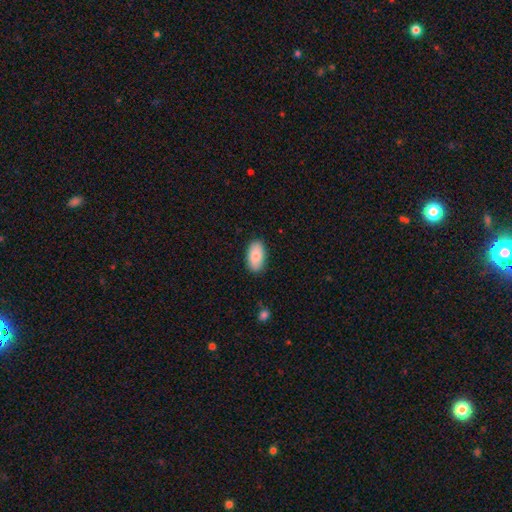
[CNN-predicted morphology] Overall: smooth (86%). How rounded: in between (95%). Merging: none (87%).